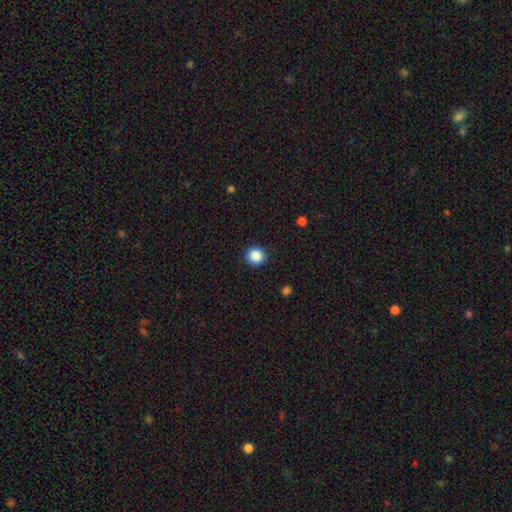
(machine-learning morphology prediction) The model was most divided on "smooth or featured": smooth: 87%, star or artifact: 10%, featured or disk: 3%. More confident: merging — none (90%); how rounded — round (89%).